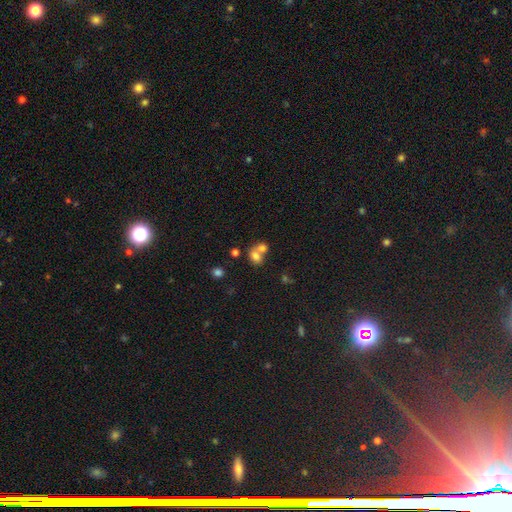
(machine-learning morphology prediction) Smooth or featured: smooth — 73% (featured or disk — 16%)
How rounded: in between — 54% (round — 45%)
Merging: merger — 66% (none — 24%)